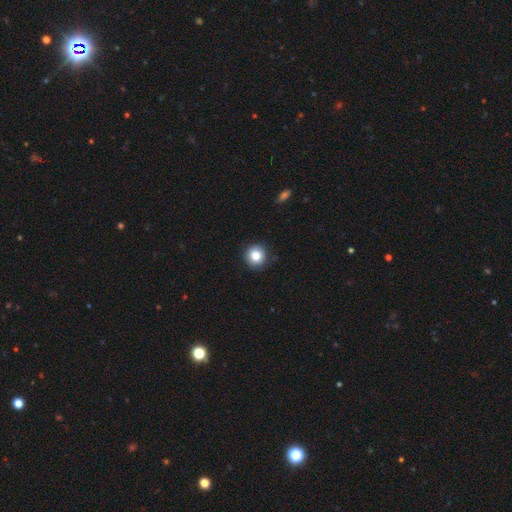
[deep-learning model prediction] Smooth or featured? smooth (84%)
How rounded? round (91%)
Merging? none (88%)